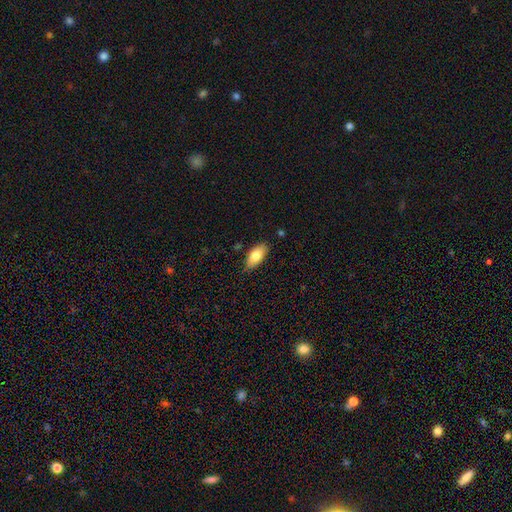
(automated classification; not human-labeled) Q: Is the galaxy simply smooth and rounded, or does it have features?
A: smooth — 79%.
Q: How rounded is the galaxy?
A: in between — 90%.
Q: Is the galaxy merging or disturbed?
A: none — 80%.